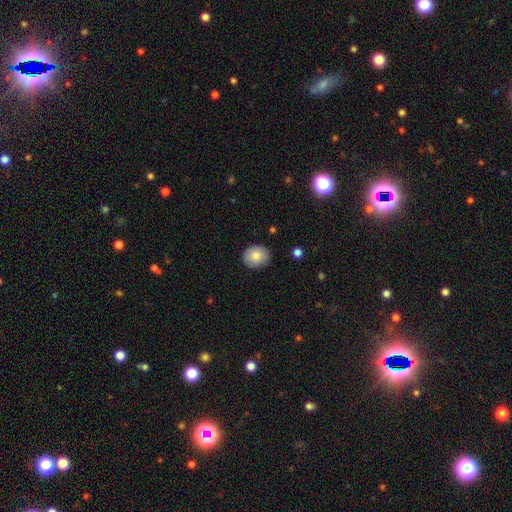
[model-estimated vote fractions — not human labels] Q: Smooth or featured?
A: smooth (82%); runner-up: featured or disk (10%)
Q: How rounded?
A: round (65%); runner-up: in between (34%)
Q: Merging?
A: none (88%); runner-up: minor disturbance (9%)